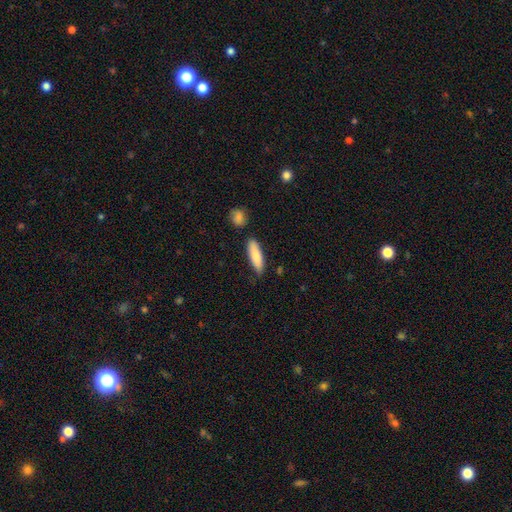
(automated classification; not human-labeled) A smooth galaxy with no disk features (82%) that is cigar-shaped (55%).

Vote fractions:
- Smooth or featured? smooth: 82% / featured or disk: 13% / star or artifact: 6%
- How rounded? cigar-shaped: 55% / in between: 43% / round: 2%
- Merging? none: 77% / minor disturbance: 16% / merger: 4% / major disturbance: 3%